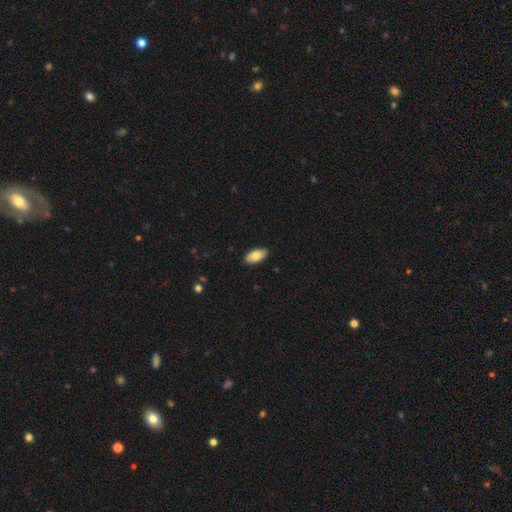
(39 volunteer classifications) smooth_or_featured: smooth (p=0.72) [alt: featured or disk p=0.21]
how_rounded: in between (p=0.96) [alt: round p=0.04]
merging: none (p=1.00)